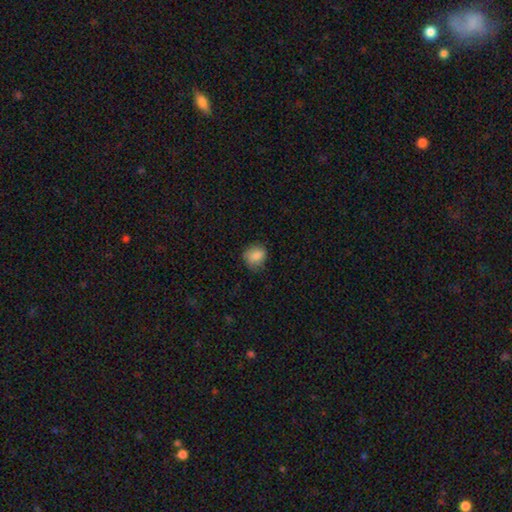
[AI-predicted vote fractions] Smooth or featured?
  - smooth: 86% *
  - star or artifact: 9%
  - featured or disk: 5%
How rounded?
  - round: 71% *
  - in between: 28%
  - cigar-shaped: 1%
Merging?
  - none: 75% *
  - minor disturbance: 20%
  - major disturbance: 5%
  - merger: 1%